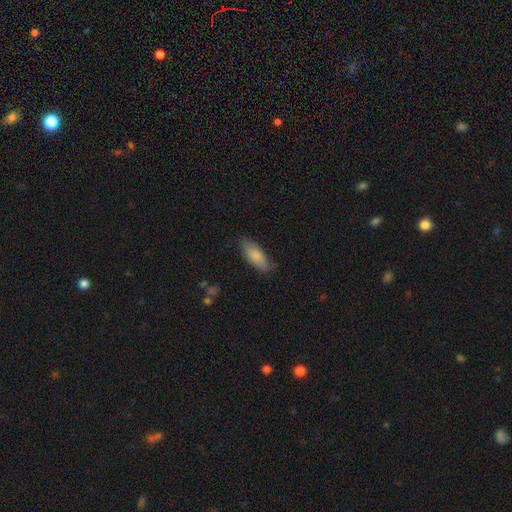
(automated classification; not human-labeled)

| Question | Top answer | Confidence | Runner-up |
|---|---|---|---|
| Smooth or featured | smooth | 82% | featured or disk (12%) |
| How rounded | in between | 76% | cigar-shaped (22%) |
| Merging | none | 78% | minor disturbance (18%) |